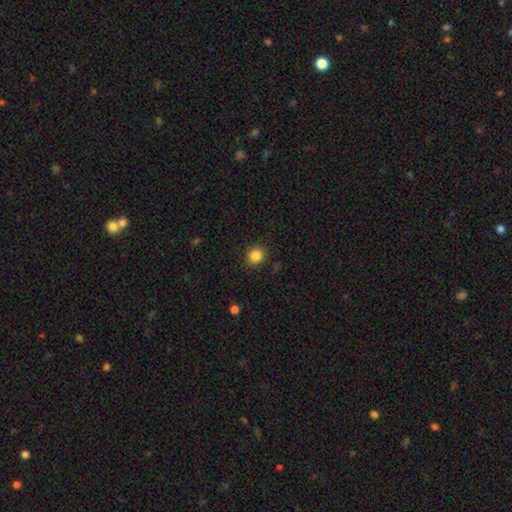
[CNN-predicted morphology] Smooth or featured? Predicted: smooth (p=0.84). How rounded? Predicted: round (p=0.81). Merging? Predicted: none (p=0.88).